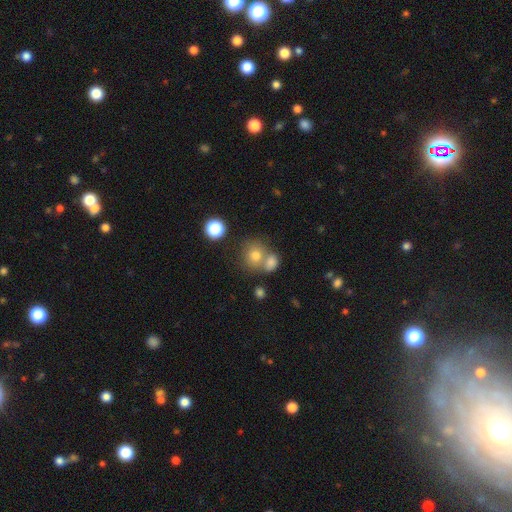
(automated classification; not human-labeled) Smooth or featured? Predicted: smooth (p=0.74). How rounded? Predicted: round (p=0.79). Merging? Predicted: none (p=0.48).